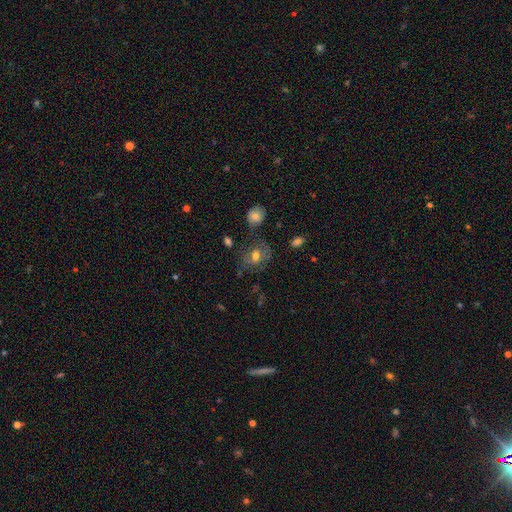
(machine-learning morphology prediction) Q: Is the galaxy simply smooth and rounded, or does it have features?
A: smooth — 55%.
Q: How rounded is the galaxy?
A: round — 55%.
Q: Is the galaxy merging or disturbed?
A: none — 58%.